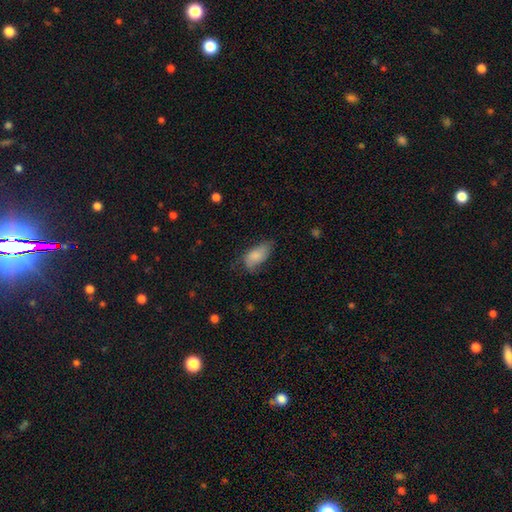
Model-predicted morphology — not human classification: This is clearly a smooth galaxy (81%). How rounded: clearly in between (91%). Merging: possibly none (50%).